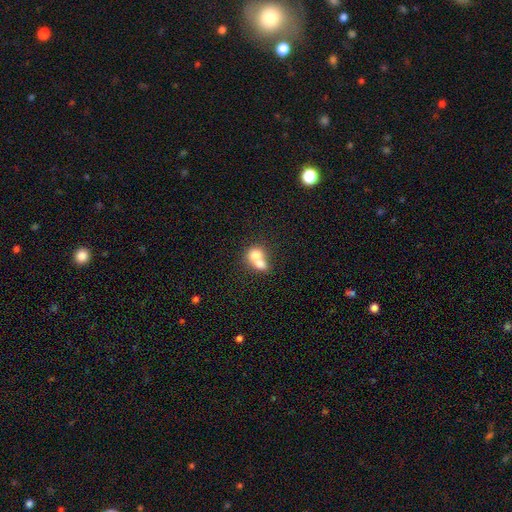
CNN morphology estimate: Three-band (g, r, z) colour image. It shows a smooth galaxy with no disk features (72%) that is round (63%). Merging: merger (73%).